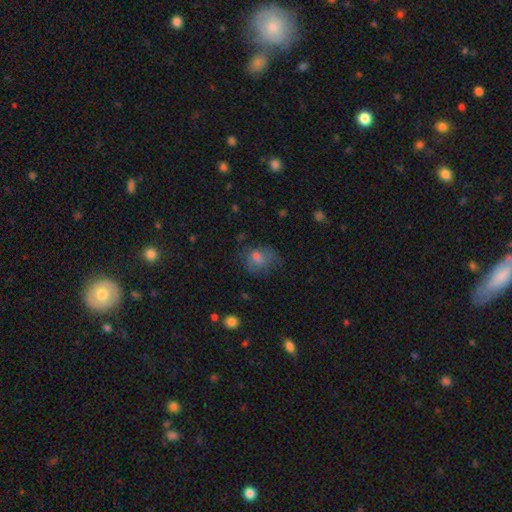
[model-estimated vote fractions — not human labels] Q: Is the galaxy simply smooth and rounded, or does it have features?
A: smooth — 60%.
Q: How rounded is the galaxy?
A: round — 53%.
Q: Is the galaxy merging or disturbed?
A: none — 53%.